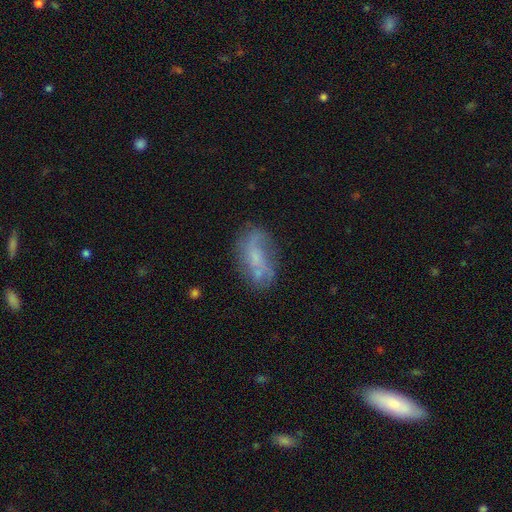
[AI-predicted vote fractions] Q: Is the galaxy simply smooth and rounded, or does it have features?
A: featured or disk — 54%.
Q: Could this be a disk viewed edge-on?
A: no — 94%.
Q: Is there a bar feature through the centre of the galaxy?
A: no — 66%.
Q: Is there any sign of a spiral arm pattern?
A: yes — 60%.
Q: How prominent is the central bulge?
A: none — 39%.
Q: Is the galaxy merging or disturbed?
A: none — 51%.